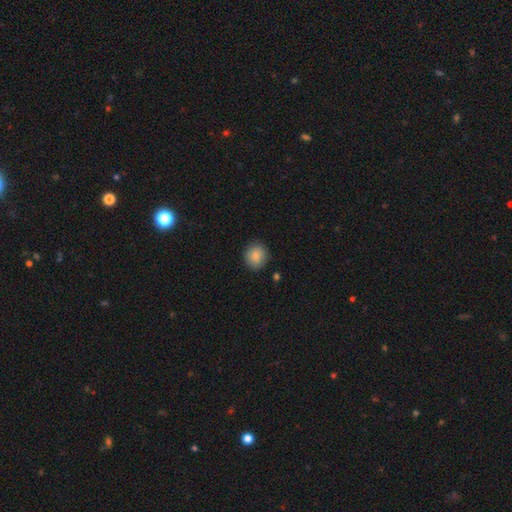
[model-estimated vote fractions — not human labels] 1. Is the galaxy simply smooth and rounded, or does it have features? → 85% smooth, 9% star or artifact, 7% featured or disk.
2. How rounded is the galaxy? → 88% round, 11% in between, 1% cigar-shaped.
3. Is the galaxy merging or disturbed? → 89% none, 8% minor disturbance, 2% major disturbance, 1% merger.